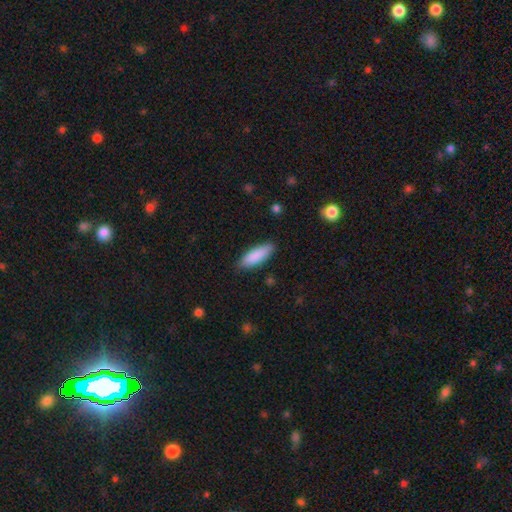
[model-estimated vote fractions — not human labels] This is clearly a smooth galaxy (88%). How rounded: possibly in between (54%). Merging: clearly none (85%).